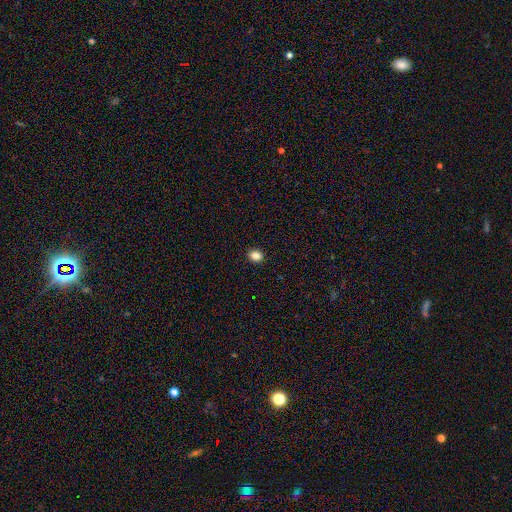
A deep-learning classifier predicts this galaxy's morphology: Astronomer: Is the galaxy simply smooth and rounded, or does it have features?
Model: smooth — 85%.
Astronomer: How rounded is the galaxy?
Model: round — 57% (runner-up: in between, 42%).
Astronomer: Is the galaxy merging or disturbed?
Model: none — 92%.